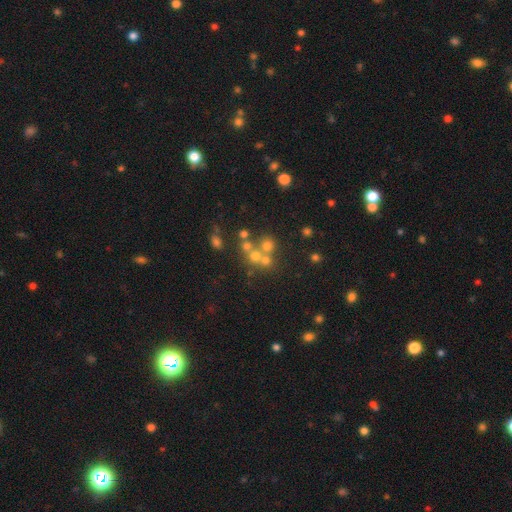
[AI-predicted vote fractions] A smooth galaxy with no disk features (51%) that is round (85%). Merging: none (45%).